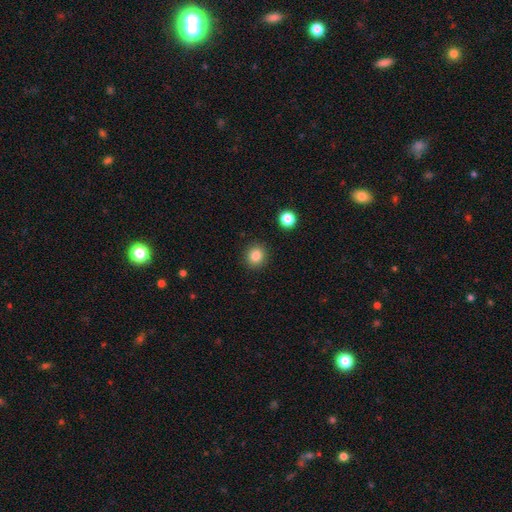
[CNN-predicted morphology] Q: Smooth or featured?
A: smooth (85%); runner-up: star or artifact (10%)
Q: How rounded?
A: round (87%); runner-up: in between (12%)
Q: Merging?
A: none (90%); runner-up: minor disturbance (6%)